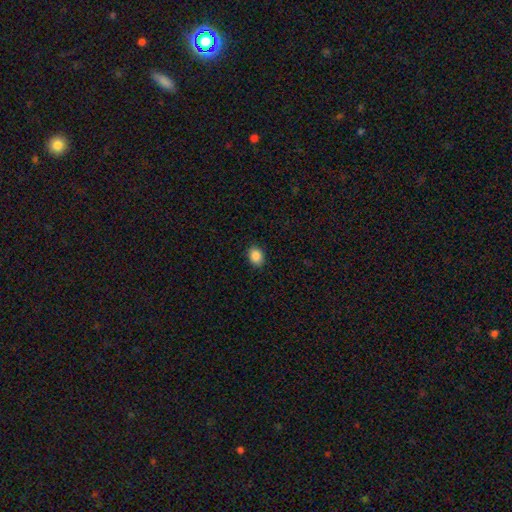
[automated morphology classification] Smooth or featured? smooth (88%)
How rounded? in between (60%)
Merging? none (88%)